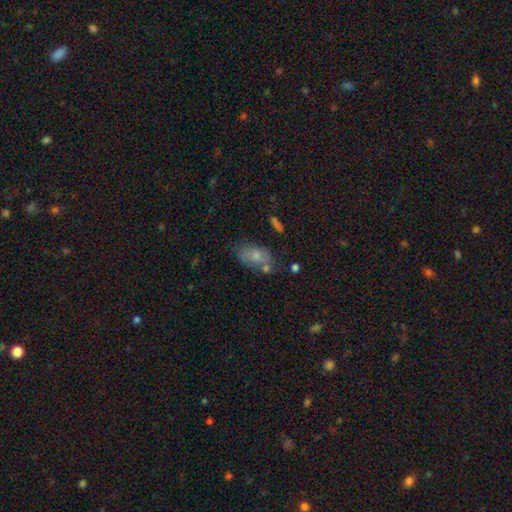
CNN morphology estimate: Overall: smooth (72%). How rounded: in between (89%). Merging: none (54%; minor disturbance 22%).